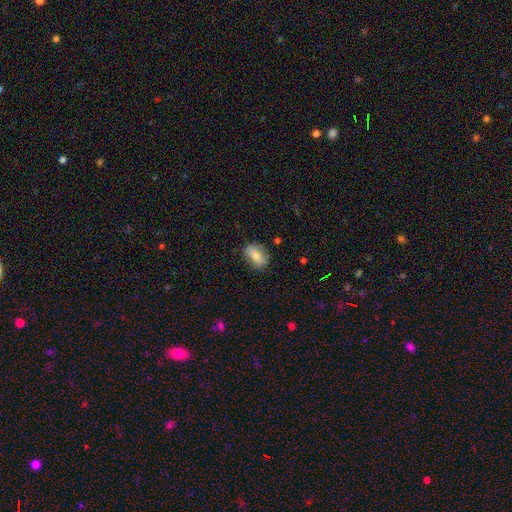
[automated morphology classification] type=smooth (69%); roundness=in between (82%); merging=none (78%).